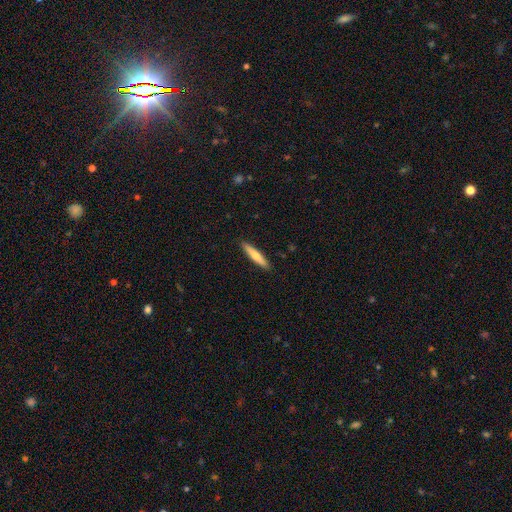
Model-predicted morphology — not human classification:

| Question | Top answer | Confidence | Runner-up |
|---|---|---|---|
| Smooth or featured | smooth | 67% | featured or disk (28%) |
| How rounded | cigar-shaped | 90% | in between (9%) |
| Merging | none | 91% | minor disturbance (7%) |